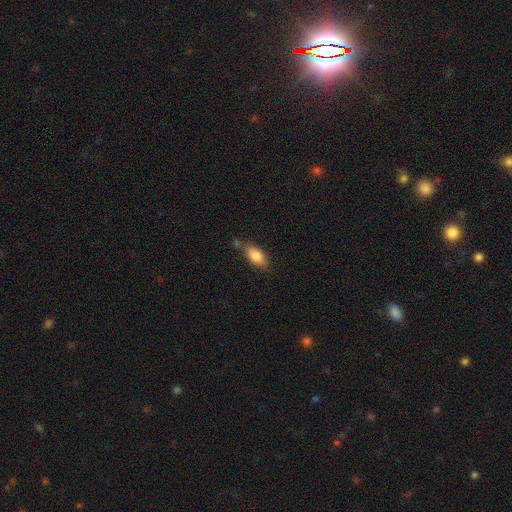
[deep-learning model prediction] This is clearly a smooth galaxy (84%). How rounded: clearly in between (86%). Merging: likely none (65%).